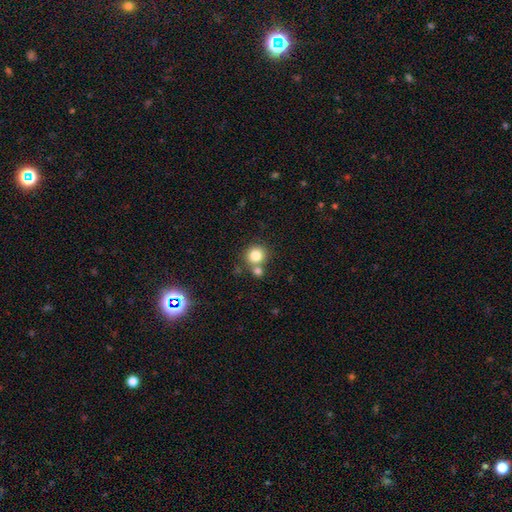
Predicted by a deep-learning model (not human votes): smooth-or-featured: smooth: 81% | star or artifact: 11% | featured or disk: 8%
  how-rounded: round: 90% | in between: 9% | cigar-shaped: 1%
  merging: none: 61% | merger: 28% | minor disturbance: 8% | major disturbance: 3%